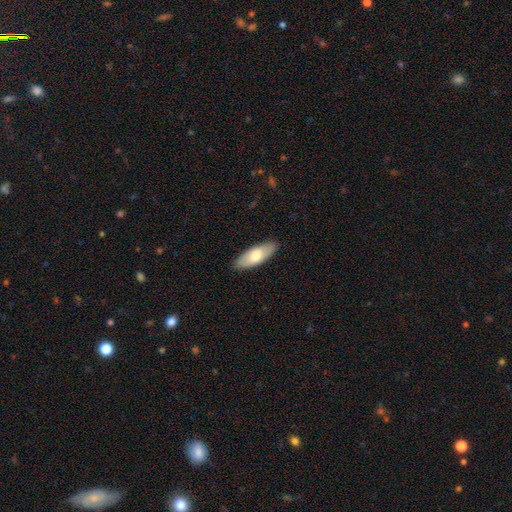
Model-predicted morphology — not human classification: Smooth or featured?
  - smooth: 72% *
  - featured or disk: 22%
  - star or artifact: 5%
How rounded?
  - in between: 73% *
  - cigar-shaped: 26%
  - round: 2%
Merging?
  - none: 88% *
  - minor disturbance: 9%
  - major disturbance: 2%
  - merger: 1%